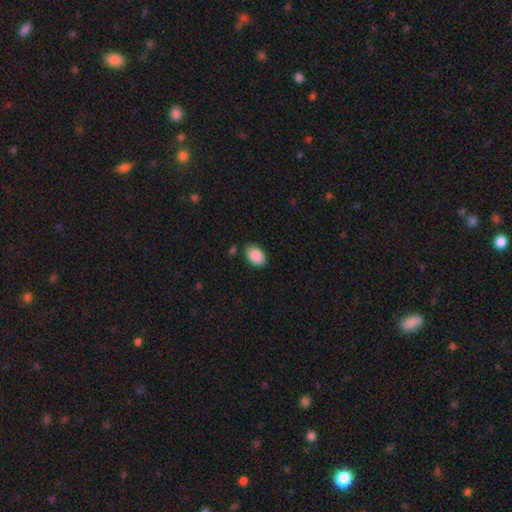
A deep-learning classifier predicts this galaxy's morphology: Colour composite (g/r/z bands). It shows a smooth galaxy with no disk features (90%) that is in between round and cigar-shaped (88%). Merging: none (82%).